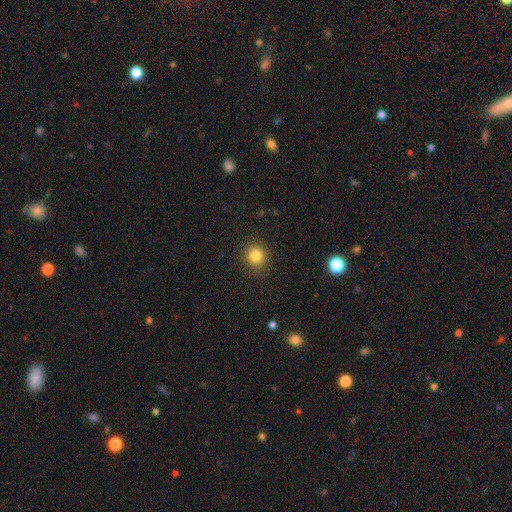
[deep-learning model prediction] Morphology: type=smooth (83%); roundness=round (90%); merging=none (90%).